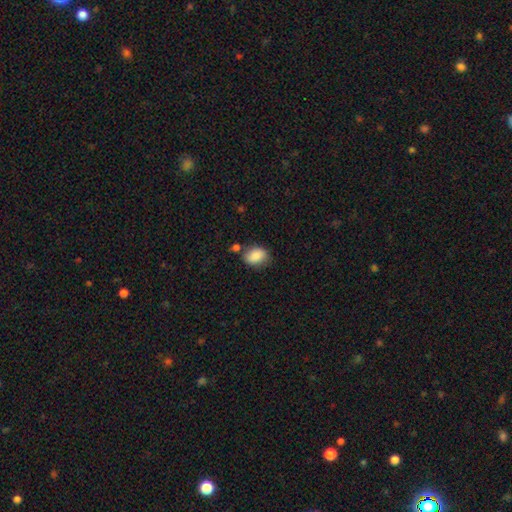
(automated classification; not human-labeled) A smooth galaxy with no disk features (87%) that is in between round and cigar-shaped (73%).

Vote fractions:
- Smooth or featured? smooth: 87% / star or artifact: 8% / featured or disk: 5%
- How rounded? in between: 73% / round: 26% / cigar-shaped: 1%
- Merging? none: 67% / minor disturbance: 19% / merger: 9% / major disturbance: 5%